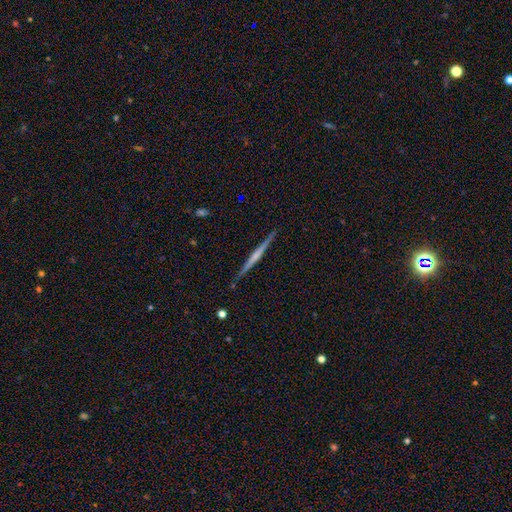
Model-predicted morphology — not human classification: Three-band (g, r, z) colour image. It shows a featured or disk galaxy (70%) viewed edge-on (98%) with no central bulge (48%). Merging: none (90%).